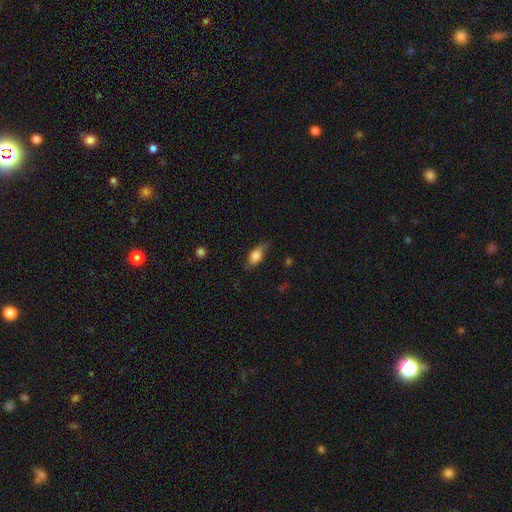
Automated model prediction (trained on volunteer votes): A smooth galaxy with no disk features (73%) that is in between round and cigar-shaped (82%).

Vote fractions:
- Smooth or featured? smooth: 73% / featured or disk: 19% / star or artifact: 7%
- How rounded? in between: 82% / cigar-shaped: 12% / round: 6%
- Merging? none: 68% / minor disturbance: 24% / major disturbance: 6% / merger: 1%